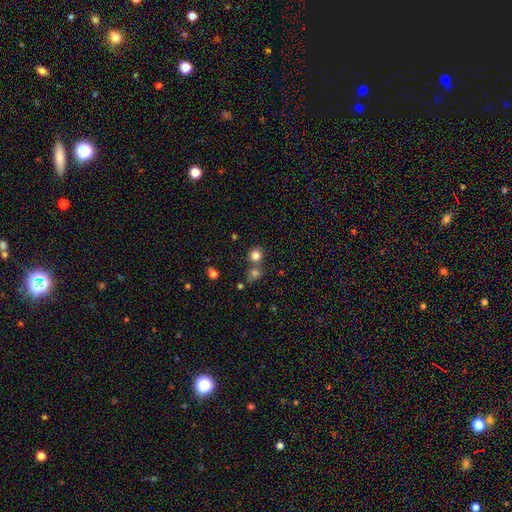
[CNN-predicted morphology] Smooth or featured? Predicted: smooth (p=0.80). How rounded? Predicted: round (p=0.87). Merging? Predicted: none (p=0.61).